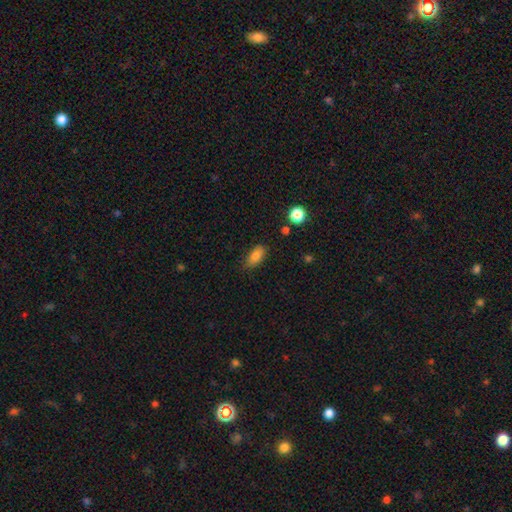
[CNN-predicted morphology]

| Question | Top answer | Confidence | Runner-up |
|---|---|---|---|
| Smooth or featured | smooth | 81% | featured or disk (10%) |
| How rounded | in between | 86% | cigar-shaped (8%) |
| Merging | none | 80% | minor disturbance (15%) |